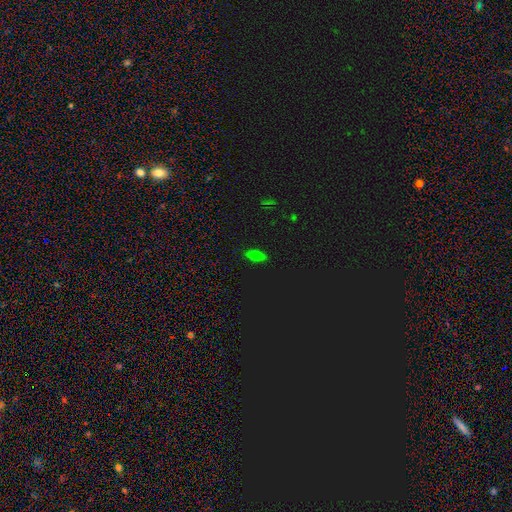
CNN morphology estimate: A smooth galaxy with no disk features (64%) that is in between round and cigar-shaped (80%).

Vote fractions:
- Smooth or featured? smooth: 64% / star or artifact: 20% / featured or disk: 16%
- How rounded? in between: 80% / cigar-shaped: 14% / round: 6%
- Merging? none: 88% / minor disturbance: 9% / major disturbance: 2% / merger: 1%